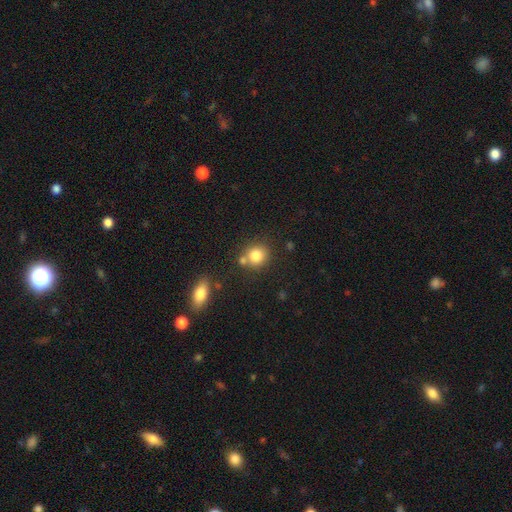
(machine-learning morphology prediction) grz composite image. It shows a smooth galaxy with no disk features (81%) that is round (82%). Merging: none (64%).